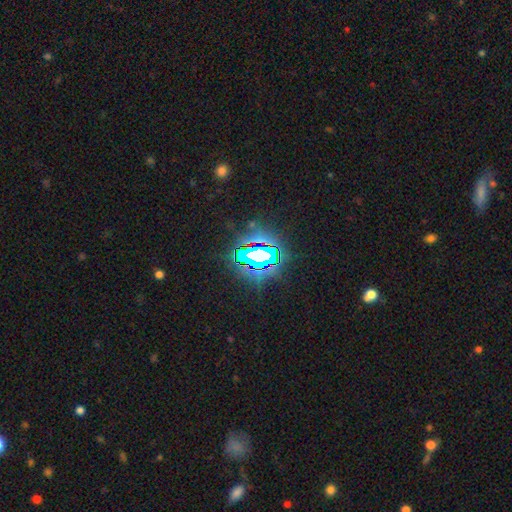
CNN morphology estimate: Smooth or featured? star or artifact (77%)